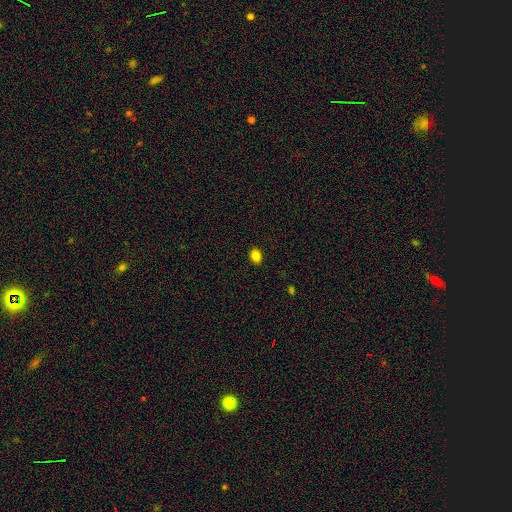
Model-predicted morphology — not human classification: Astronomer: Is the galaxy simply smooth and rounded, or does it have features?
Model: smooth — 84%.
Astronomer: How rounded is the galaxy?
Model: in between — 68%.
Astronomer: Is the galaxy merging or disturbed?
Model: none — 89%.